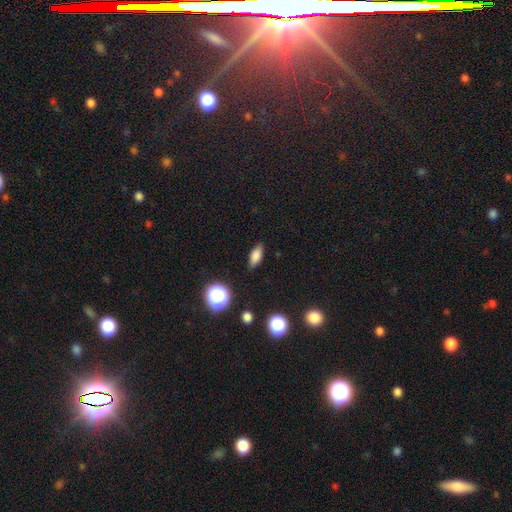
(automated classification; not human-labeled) Smooth or featured: smooth — 78% (star or artifact — 11%)
How rounded: in between — 76% (cigar-shaped — 17%)
Merging: none — 85% (minor disturbance — 11%)